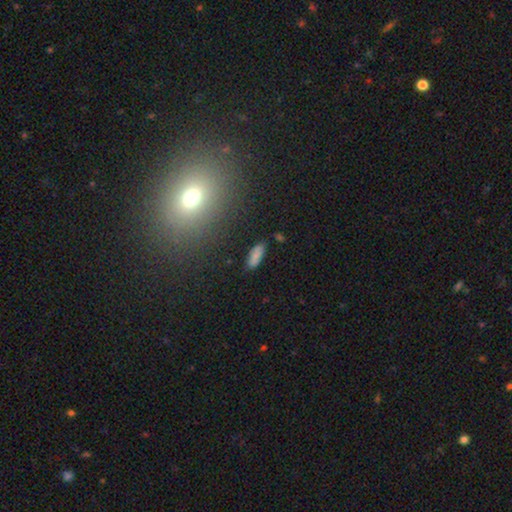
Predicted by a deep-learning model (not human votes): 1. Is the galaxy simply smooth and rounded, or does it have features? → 80% smooth, 11% featured or disk, 9% star or artifact.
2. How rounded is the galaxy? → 67% in between, 30% cigar-shaped, 2% round.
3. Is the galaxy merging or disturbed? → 79% none, 14% minor disturbance, 3% major disturbance, 3% merger.